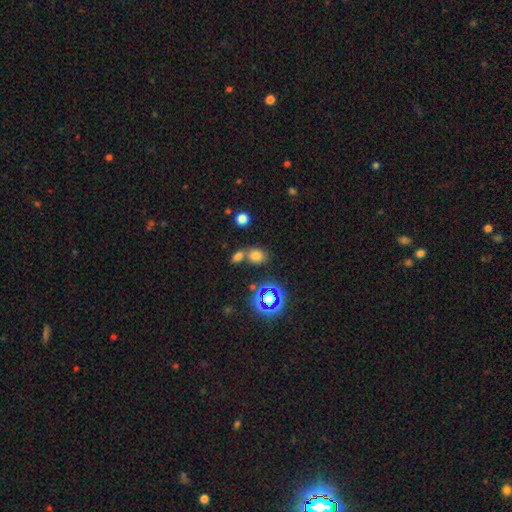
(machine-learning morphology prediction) Smooth or featured? Predicted: smooth (p=0.70). How rounded? Predicted: in between (p=0.59). Merging? Predicted: none (p=0.51).